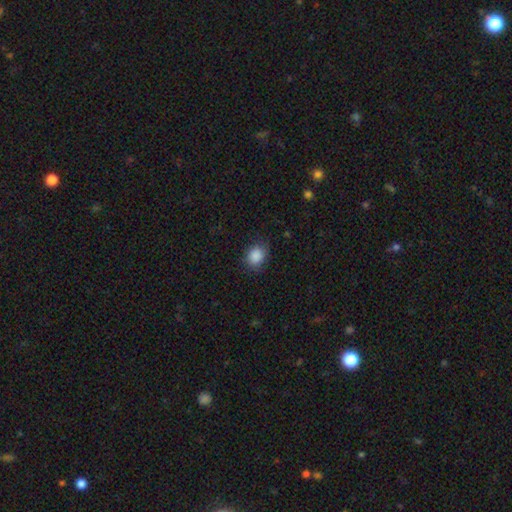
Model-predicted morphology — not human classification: This appears to be a smooth galaxy with no disk features (88%) that is round (56%). Merging: none (79%).